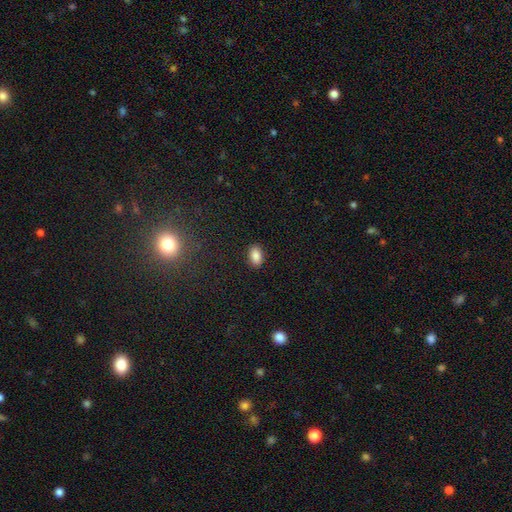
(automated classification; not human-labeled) A smooth galaxy with no disk features (86%) that is in between round and cigar-shaped (89%).

Vote fractions:
- Smooth or featured? smooth: 86% / star or artifact: 9% / featured or disk: 5%
- How rounded? in between: 89% / round: 9% / cigar-shaped: 2%
- Merging? none: 89% / minor disturbance: 8% / major disturbance: 2% / merger: 1%